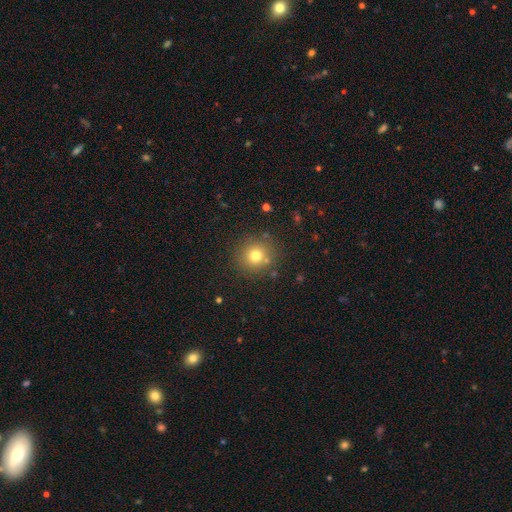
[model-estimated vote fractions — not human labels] smooth 75%, star or artifact 15%, featured or disk 10%. Down the decision tree: how rounded — round (92%); merging — none (84%).